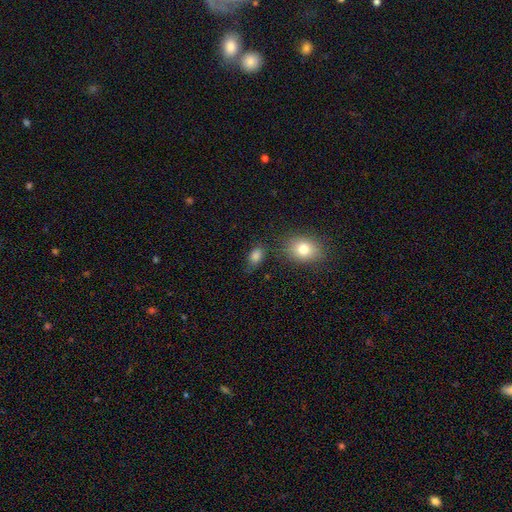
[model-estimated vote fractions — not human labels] smooth 82%, star or artifact 11%, featured or disk 6%. Down the decision tree: how rounded — in between (83%); merging — none (67%).